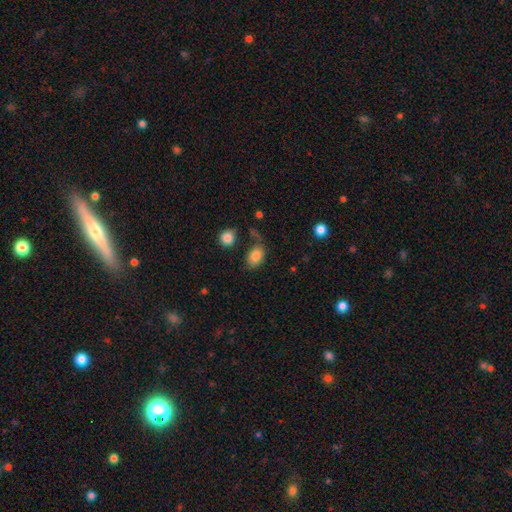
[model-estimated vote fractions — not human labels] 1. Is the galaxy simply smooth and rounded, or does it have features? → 84% smooth, 9% star or artifact, 8% featured or disk.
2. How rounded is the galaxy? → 80% in between, 19% round, 1% cigar-shaped.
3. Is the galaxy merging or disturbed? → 64% none, 19% minor disturbance, 9% merger, 8% major disturbance.